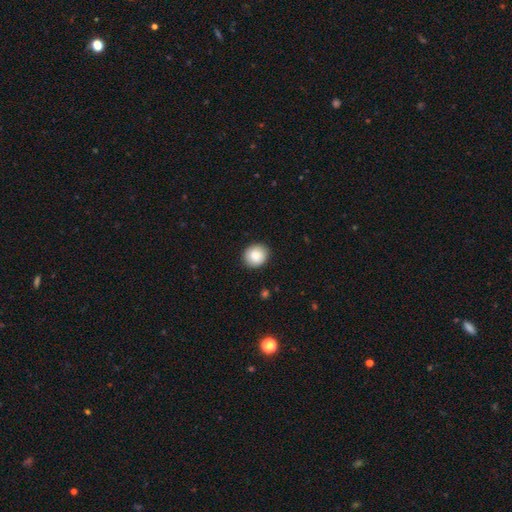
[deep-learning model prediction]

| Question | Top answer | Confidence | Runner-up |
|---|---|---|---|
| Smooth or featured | smooth | 86% | star or artifact (8%) |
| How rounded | round | 84% | in between (15%) |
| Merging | none | 89% | minor disturbance (8%) |